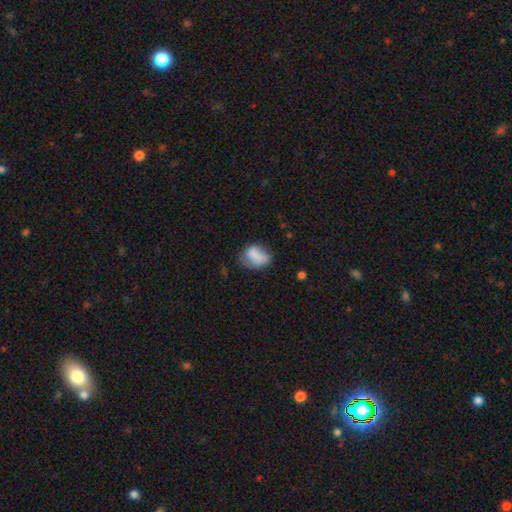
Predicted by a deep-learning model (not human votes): smooth_or_featured: smooth (p=0.78) [alt: featured or disk p=0.13]
how_rounded: in between (p=0.70) [alt: round p=0.28]
merging: none (p=0.46) [alt: minor disturbance p=0.35]